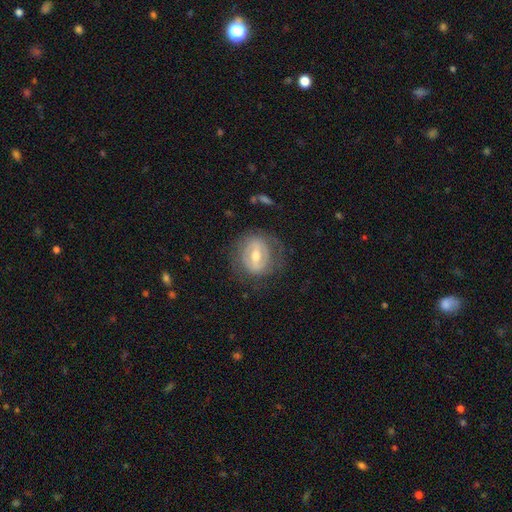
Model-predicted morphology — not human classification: Q: Smooth or featured?
A: featured or disk (69%); runner-up: smooth (25%)
Q: Edge-on disk?
A: no (95%); runner-up: yes (5%)
Q: Bar?
A: strong (46%); runner-up: weak (39%)
Q: Spiral arms?
A: yes (52%); runner-up: no (48%)
Q: Bulge size?
A: moderate (69%); runner-up: small (19%)
Q: Merging?
A: none (69%); runner-up: minor disturbance (17%)